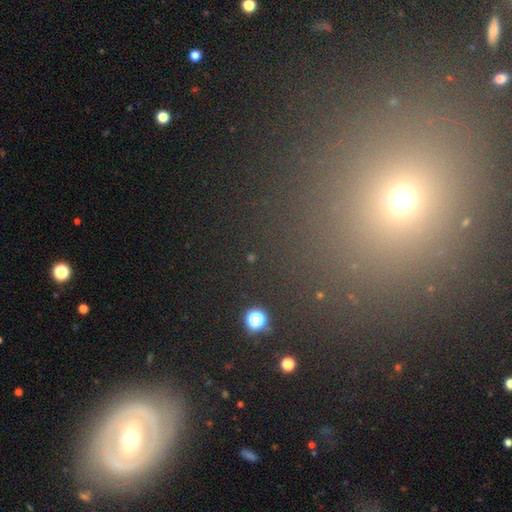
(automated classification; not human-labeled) The model was most divided on "smooth or featured": smooth: 42%, star or artifact: 38%, featured or disk: 20%. More confident: merging — none (83%).